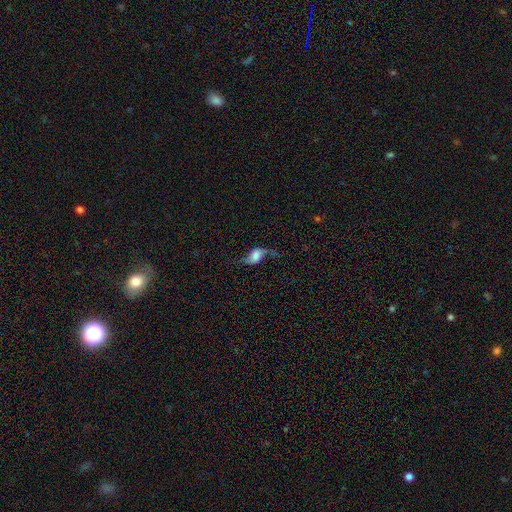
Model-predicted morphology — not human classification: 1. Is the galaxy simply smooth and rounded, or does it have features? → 55% featured or disk, 34% smooth, 11% star or artifact.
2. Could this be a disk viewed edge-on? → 88% no, 12% yes.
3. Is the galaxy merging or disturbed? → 53% none, 22% major disturbance, 22% minor disturbance, 3% merger.